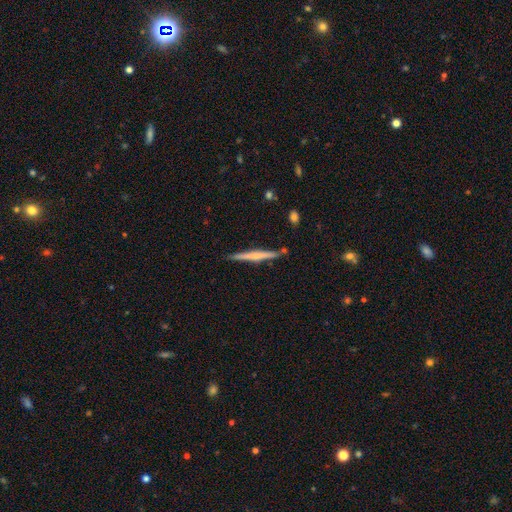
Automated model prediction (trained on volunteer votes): This appears to be a featured or disk galaxy (56%) viewed edge-on (98%) with no central bulge (48%). Merging: none (86%).